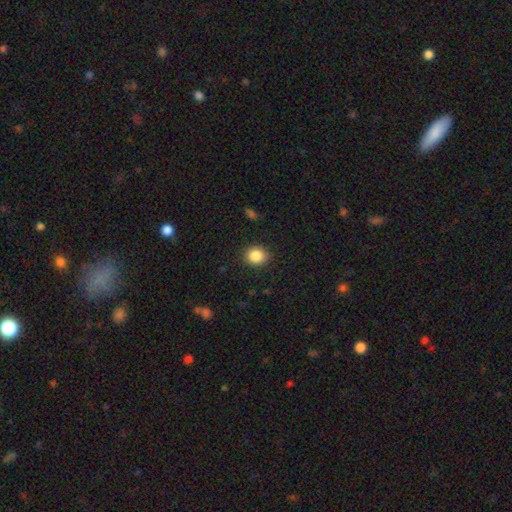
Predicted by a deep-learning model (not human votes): The model was most divided on "how rounded": round: 72%, in between: 27%, cigar-shaped: 1%. More confident: merging — none (87%); smooth or featured — smooth (86%).